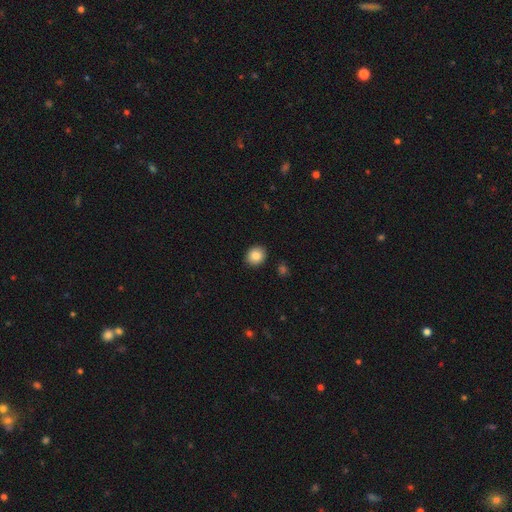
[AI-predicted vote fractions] Q: Smooth or featured?
A: smooth (87%); runner-up: star or artifact (9%)
Q: How rounded?
A: round (74%); runner-up: in between (25%)
Q: Merging?
A: none (90%); runner-up: minor disturbance (6%)